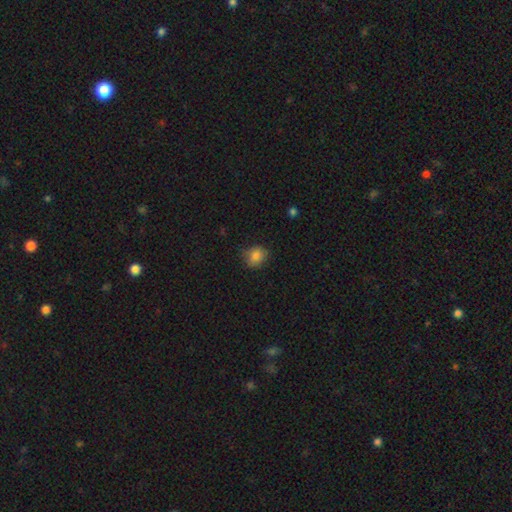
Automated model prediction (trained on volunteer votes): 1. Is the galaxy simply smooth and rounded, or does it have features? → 83% smooth, 10% star or artifact, 7% featured or disk.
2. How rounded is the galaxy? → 56% round, 43% in between, 1% cigar-shaped.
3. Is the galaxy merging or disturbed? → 74% none, 21% minor disturbance, 4% major disturbance, 1% merger.